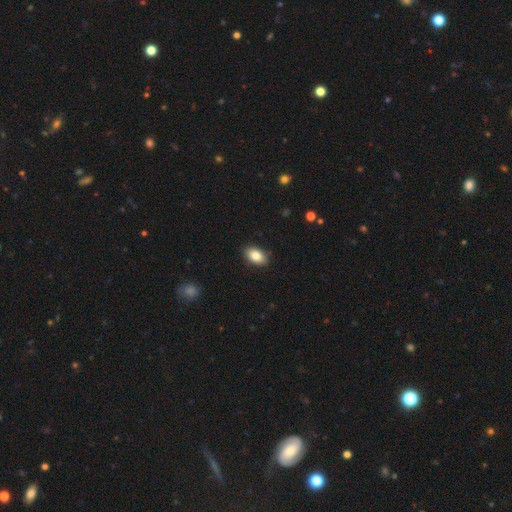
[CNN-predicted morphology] The model was most divided on "smooth or featured": smooth: 85%, featured or disk: 8%, star or artifact: 7%. More confident: how rounded — in between (91%); merging — none (89%).